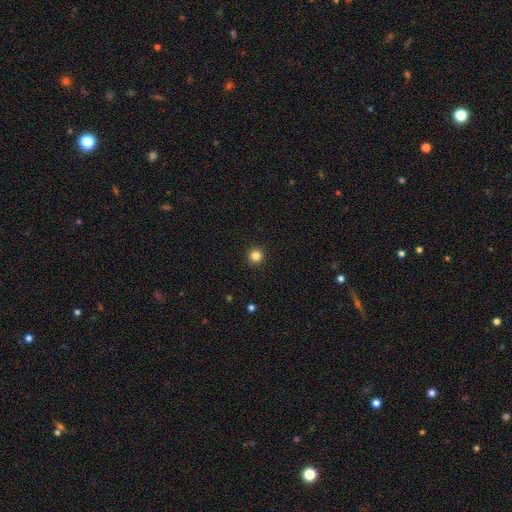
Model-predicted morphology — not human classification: Smooth or featured? smooth (84%)
How rounded? round (96%)
Merging? none (94%)